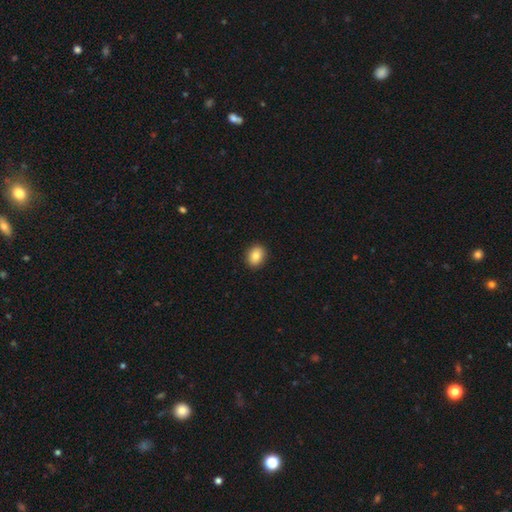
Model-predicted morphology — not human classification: A smooth galaxy with no disk features (83%) that is round (51%). Merging: none (91%).